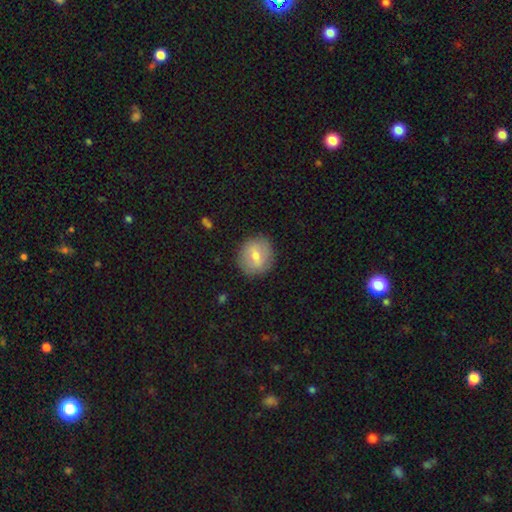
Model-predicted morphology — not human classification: Smooth or featured? Predicted: smooth (p=0.60). How rounded? Predicted: round (p=0.79). Merging? Predicted: none (p=0.86).